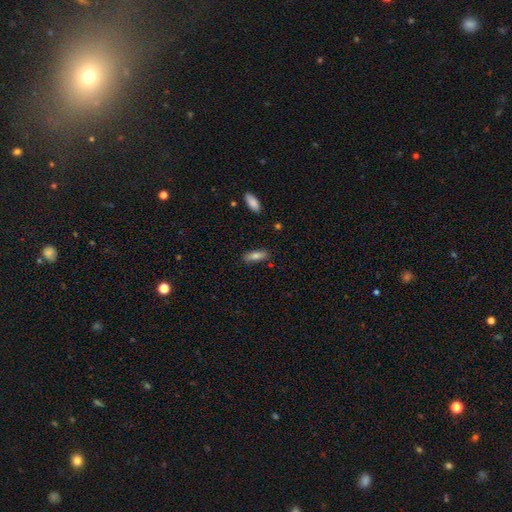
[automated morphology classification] This is likely a smooth galaxy (80%). How rounded: likely in between (62%). Merging: clearly none (83%).